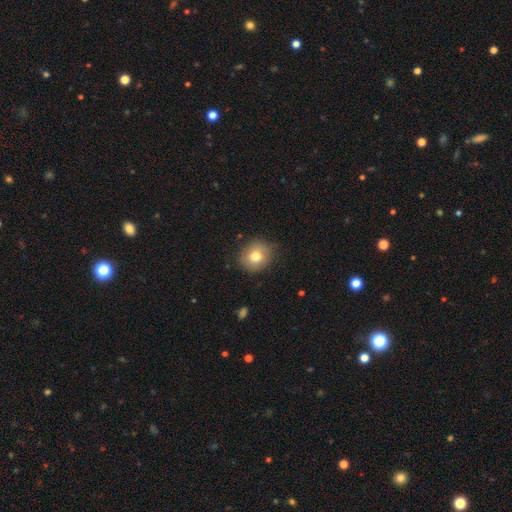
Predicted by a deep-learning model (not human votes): This is likely a smooth galaxy (76%). How rounded: likely round (77%). Merging: clearly none (84%).